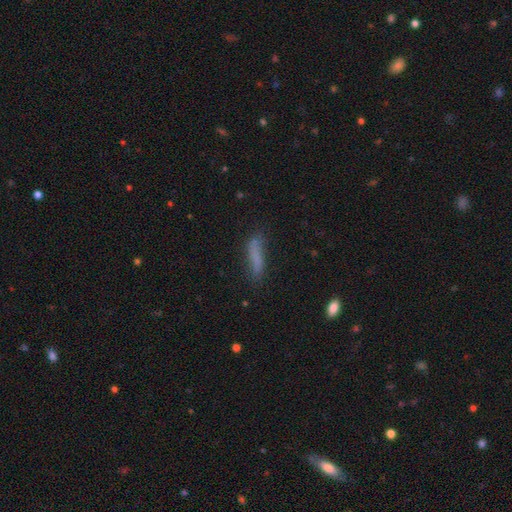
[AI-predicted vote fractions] A smooth galaxy with no disk features (72%) that is cigar-shaped (76%). Merging: none (68%).